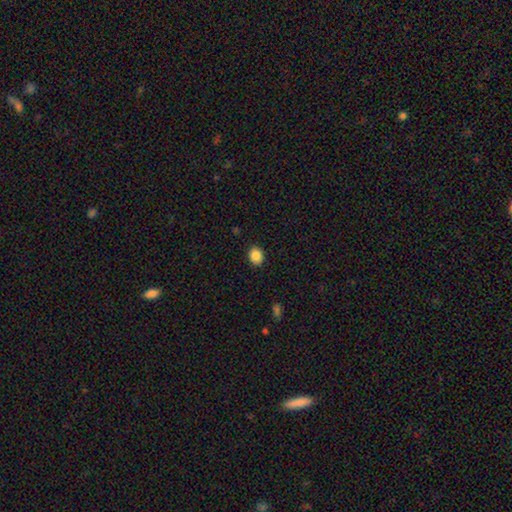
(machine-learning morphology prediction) type=smooth (87%); roundness=in between (50%); merging=none (89%).